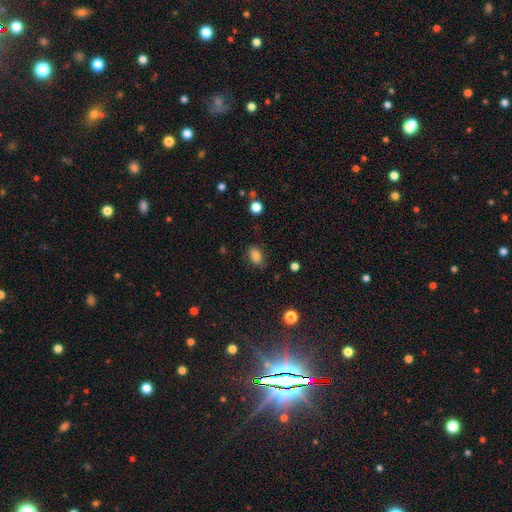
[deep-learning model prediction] The model was most divided on "how rounded": in between: 82%, round: 17%, cigar-shaped: 1%. More confident: smooth or featured — smooth (83%); merging — none (82%).